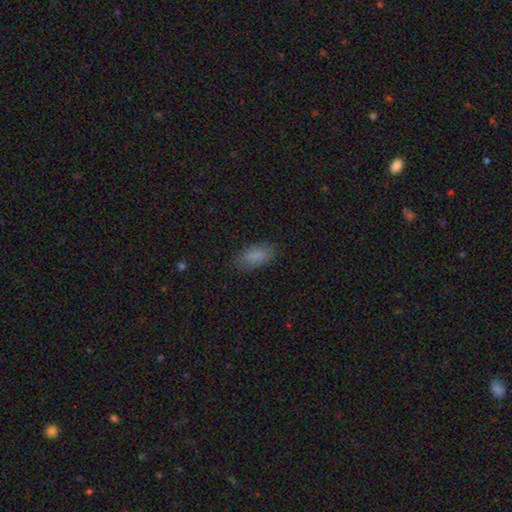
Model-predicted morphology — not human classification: smooth_or_featured: smooth (p=0.86) [alt: star or artifact p=0.08]
how_rounded: in between (p=0.90) [alt: cigar-shaped p=0.08]
merging: none (p=0.83) [alt: minor disturbance p=0.13]